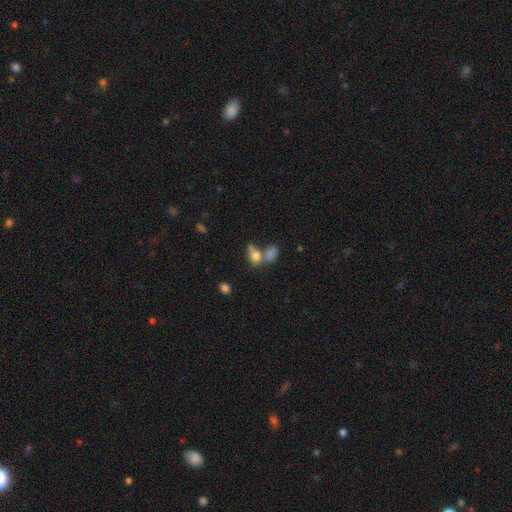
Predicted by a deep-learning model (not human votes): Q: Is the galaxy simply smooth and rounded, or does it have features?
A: smooth — 74%.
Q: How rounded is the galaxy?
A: in between — 69%.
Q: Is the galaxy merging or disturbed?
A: merger — 48%.